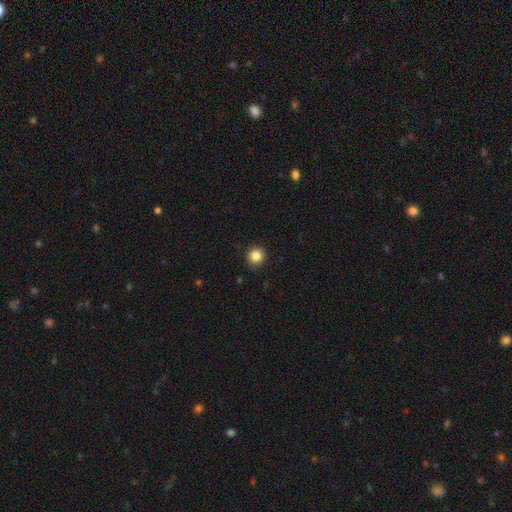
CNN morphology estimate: Smooth or featured? Predicted: smooth (p=0.86). How rounded? Predicted: round (p=0.94). Merging? Predicted: none (p=0.90).